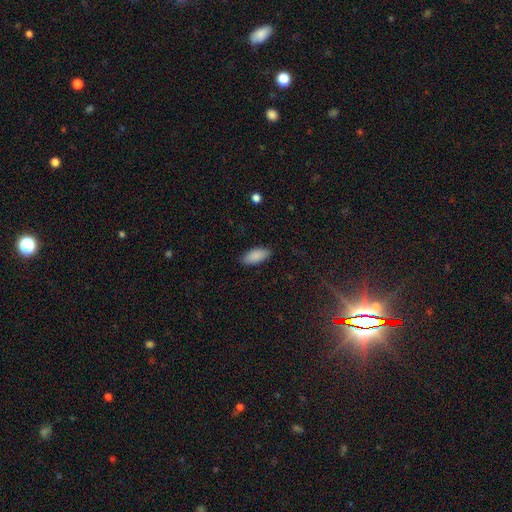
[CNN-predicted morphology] Smooth or featured? smooth (89%)
How rounded? in between (87%)
Merging? none (87%)